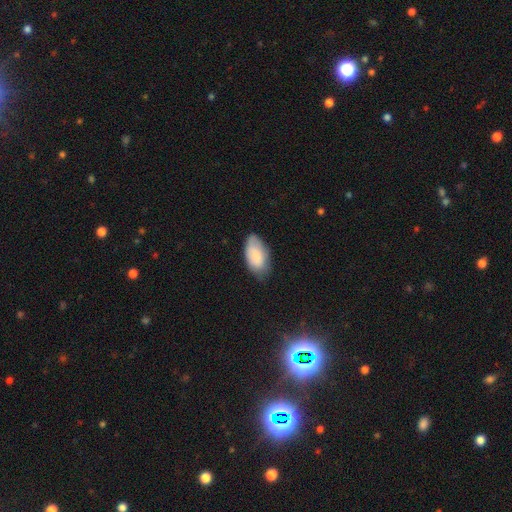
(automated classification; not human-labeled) A smooth galaxy with no disk features (82%) that is in between round and cigar-shaped (95%).

Vote fractions:
- Smooth or featured? smooth: 82% / featured or disk: 12% / star or artifact: 6%
- How rounded? in between: 95% / round: 3% / cigar-shaped: 2%
- Merging? none: 65% / minor disturbance: 28% / major disturbance: 6% / merger: 1%